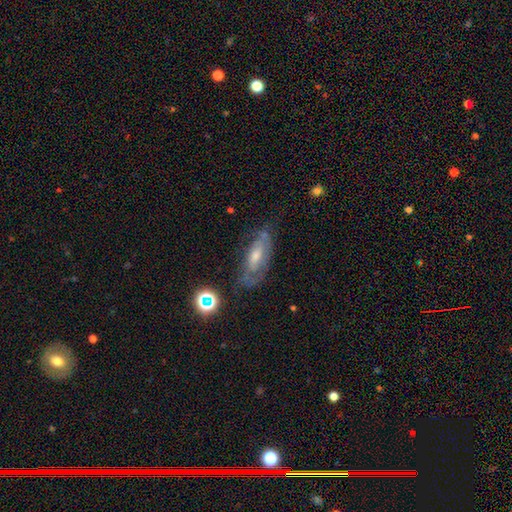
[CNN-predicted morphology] Overall: featured or disk (62%; smooth 27%). Edge-on disk: no (81%). Merging: none (63%; minor disturbance 23%).